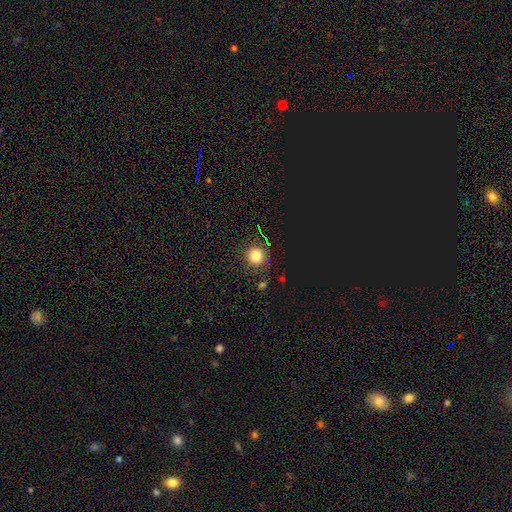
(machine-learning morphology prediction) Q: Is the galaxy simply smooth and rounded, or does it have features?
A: smooth — 78%.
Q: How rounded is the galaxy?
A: round — 92%.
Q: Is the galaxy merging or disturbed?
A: none — 85%.